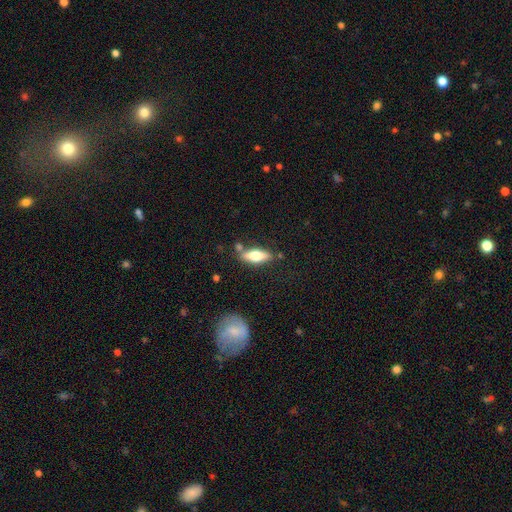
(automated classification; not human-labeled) The model was most divided on "how rounded": in between: 56%, cigar-shaped: 41%, round: 3%. More confident: merging — none (75%); smooth or featured — smooth (56%).